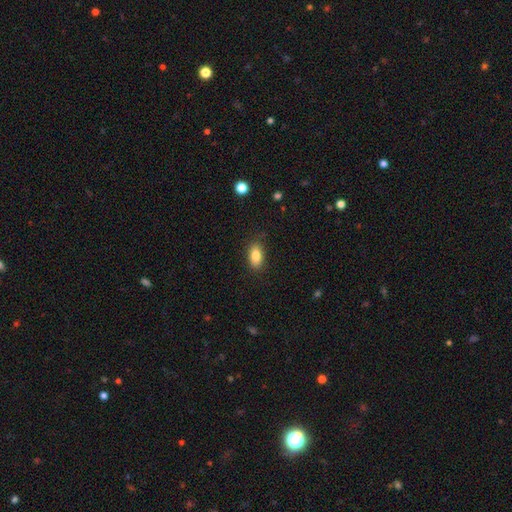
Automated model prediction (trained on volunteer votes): Smooth or featured? Predicted: smooth (p=0.84). How rounded? Predicted: in between (p=0.89). Merging? Predicted: none (p=0.84).